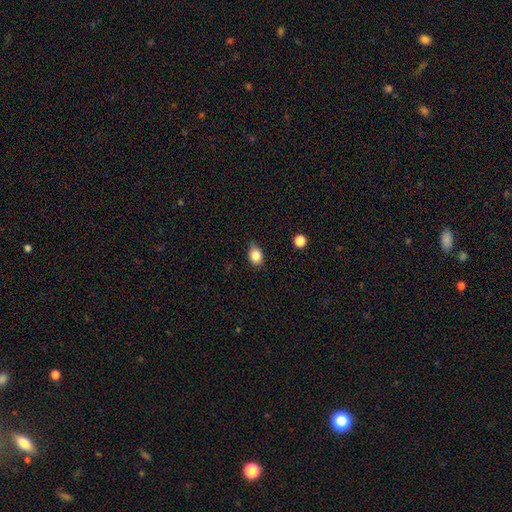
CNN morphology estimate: The model was most divided on "how rounded": in between: 60%, round: 39%, cigar-shaped: 1%. More confident: smooth or featured — smooth (83%); merging — none (72%).